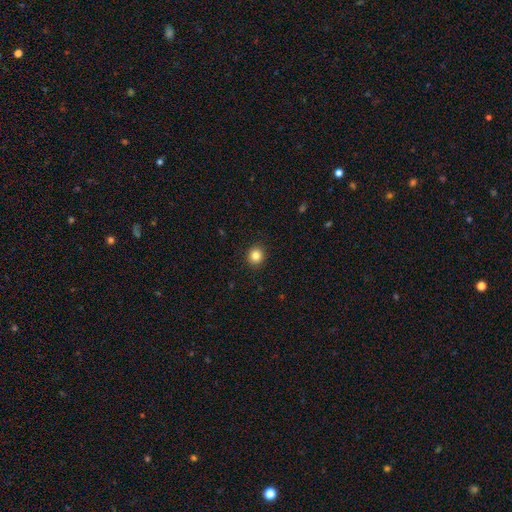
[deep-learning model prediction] This appears to be a smooth galaxy with no disk features (84%) that is round (90%). Merging: none (92%).